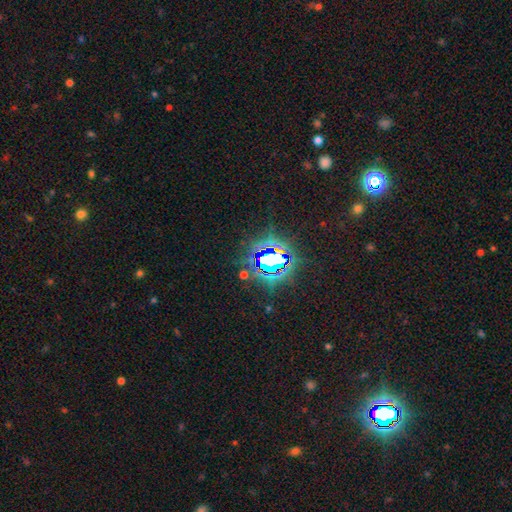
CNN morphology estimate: Smooth or featured? Predicted: star or artifact (p=0.82).